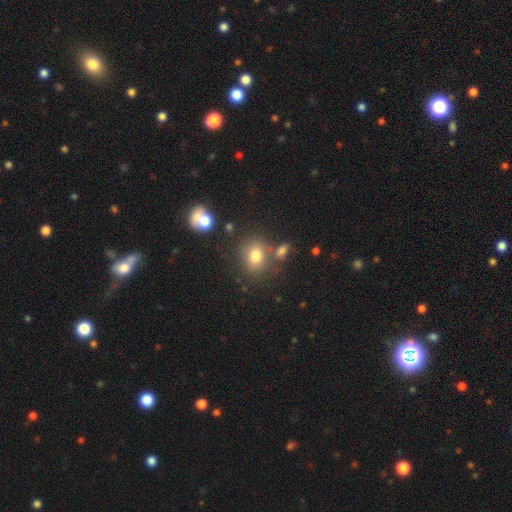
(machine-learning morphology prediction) smooth_or_featured: smooth (p=0.78) [alt: star or artifact p=0.13]
how_rounded: round (p=0.61) [alt: in between p=0.38]
merging: none (p=0.69) [alt: merger p=0.14]